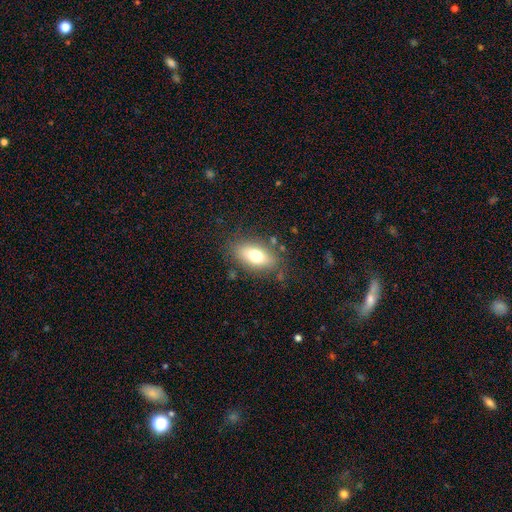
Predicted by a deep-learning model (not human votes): This is likely a smooth galaxy (70%). How rounded: clearly in between (84%). Merging: likely none (79%).